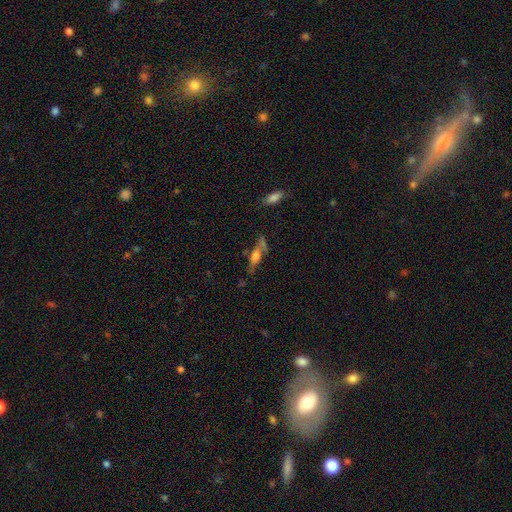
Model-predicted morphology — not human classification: Smooth or featured: smooth — 50% (featured or disk — 41%)
Merging: none — 51% (minor disturbance — 22%)